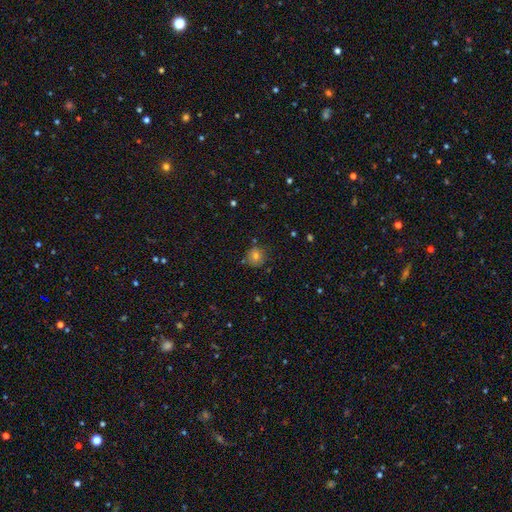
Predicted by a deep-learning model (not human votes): This appears to be a smooth galaxy with no disk features (76%) that is round (89%). Merging: none (81%).